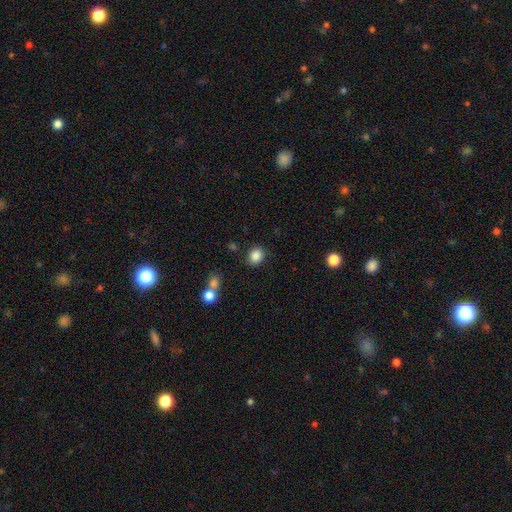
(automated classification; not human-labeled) Smooth or featured? smooth (86%)
How rounded? round (63%)
Merging? none (82%)